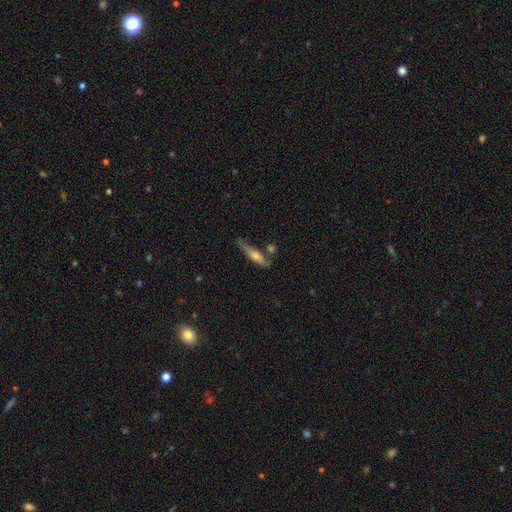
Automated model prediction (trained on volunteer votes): smooth_or_featured: smooth (p=0.50) [alt: featured or disk p=0.44]
merging: none (p=0.61) [alt: minor disturbance p=0.21]